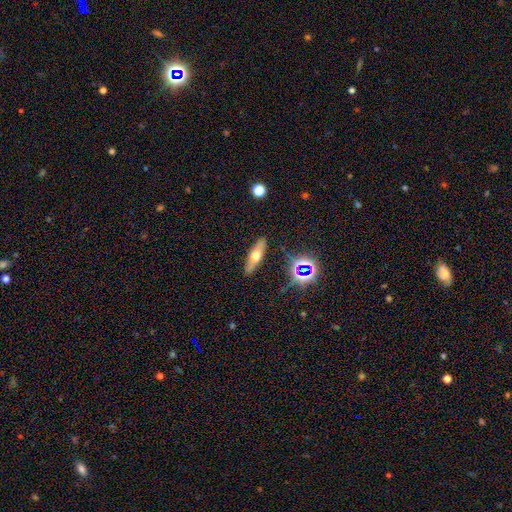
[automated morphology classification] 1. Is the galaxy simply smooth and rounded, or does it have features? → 48% smooth, 40% featured or disk, 13% star or artifact.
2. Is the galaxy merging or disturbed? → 87% none, 9% minor disturbance, 2% major disturbance, 2% merger.